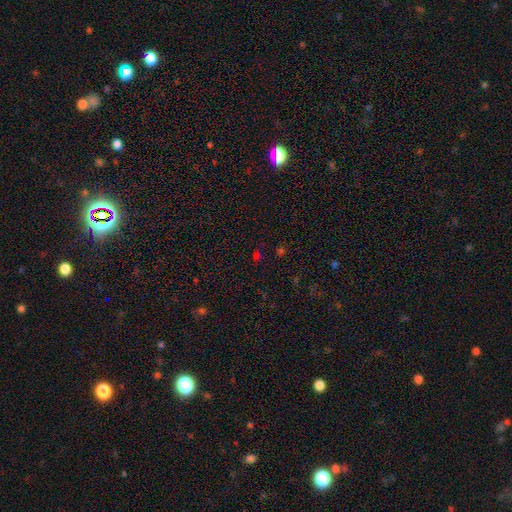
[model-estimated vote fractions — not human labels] Smooth or featured? star or artifact (54%)